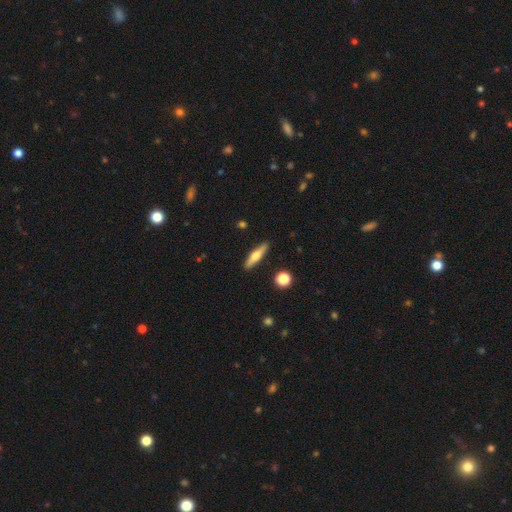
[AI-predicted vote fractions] Overall: smooth (51%; featured or disk 42%). How rounded: cigar-shaped (74%). Merging: none (90%).